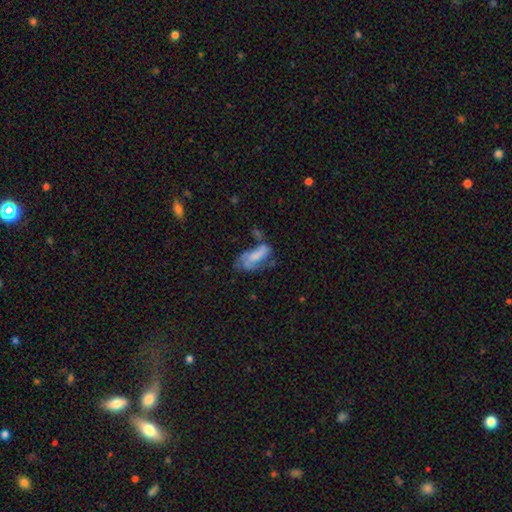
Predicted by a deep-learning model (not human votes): Morphology: type=smooth (50%); roundness=in between (76%); merging=none (32%).